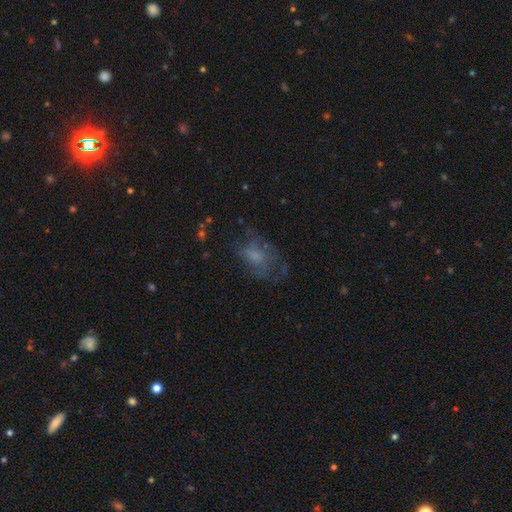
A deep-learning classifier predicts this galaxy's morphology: The model was most divided on "smooth or featured": smooth: 46%, featured or disk: 40%, star or artifact: 14%. Remaining: merging — none (49%).